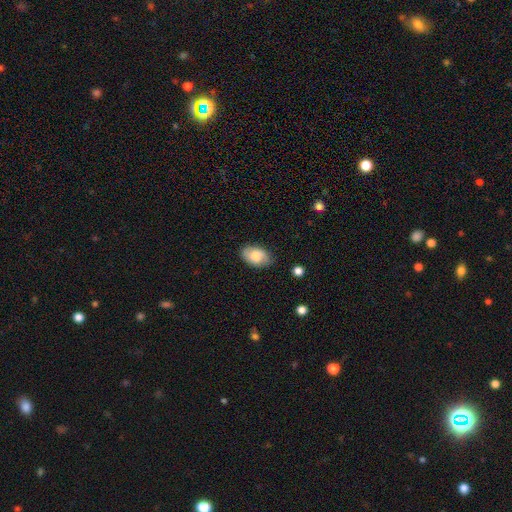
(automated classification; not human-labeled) The model was most divided on "smooth or featured": smooth: 62%, featured or disk: 30%, star or artifact: 8%. More confident: how rounded — in between (90%); merging — none (78%).